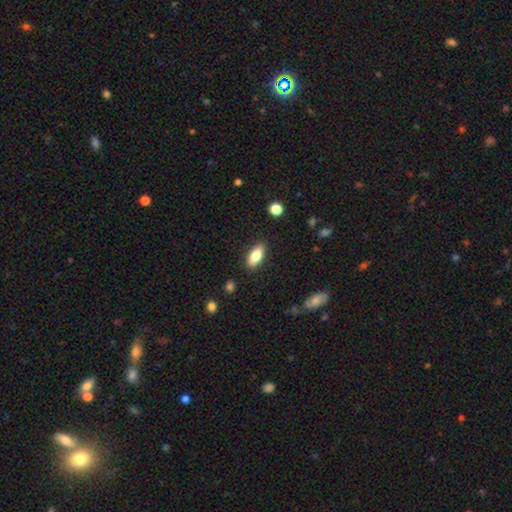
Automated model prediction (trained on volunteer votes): Q: Smooth or featured?
A: smooth (80%); runner-up: featured or disk (13%)
Q: How rounded?
A: in between (83%); runner-up: cigar-shaped (15%)
Q: Merging?
A: none (88%); runner-up: minor disturbance (9%)